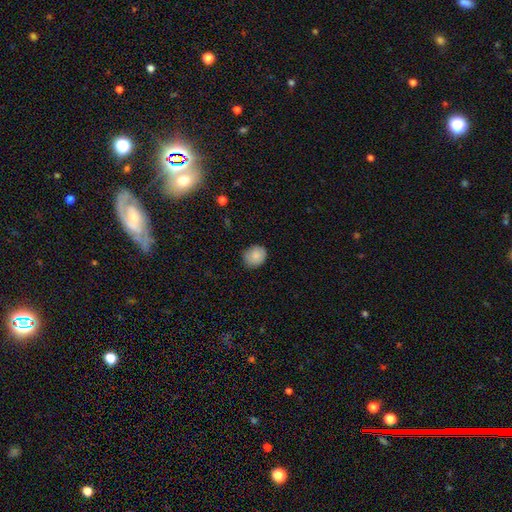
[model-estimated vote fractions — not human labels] Smooth or featured?
  - smooth: 85% *
  - star or artifact: 8%
  - featured or disk: 7%
How rounded?
  - round: 69% *
  - in between: 30%
  - cigar-shaped: 1%
Merging?
  - none: 80% *
  - minor disturbance: 17%
  - major disturbance: 3%
  - merger: 1%